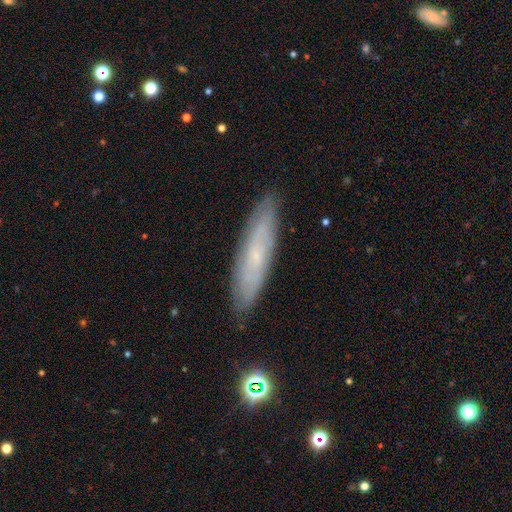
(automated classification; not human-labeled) This is possibly a featured or disk galaxy (52%). It is possibly not viewed edge-on (52%). Merging: clearly none (85%).